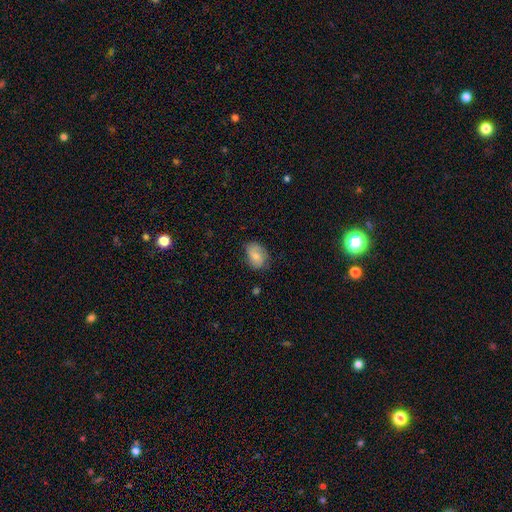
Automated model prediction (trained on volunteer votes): Smooth or featured?
  - smooth: 78% *
  - featured or disk: 14%
  - star or artifact: 7%
How rounded?
  - in between: 77% *
  - round: 22%
  - cigar-shaped: 1%
Merging?
  - none: 68% *
  - minor disturbance: 25%
  - major disturbance: 6%
  - merger: 1%